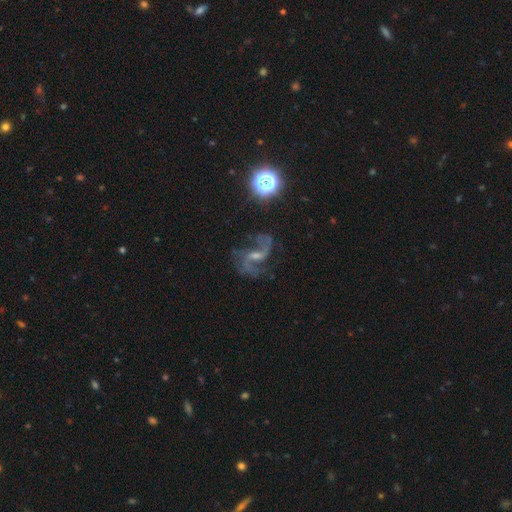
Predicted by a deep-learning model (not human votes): The model was most divided on "bar": weak: 52%, no: 26%, strong: 22%. More confident: edge-on disk — no (97%); spiral arms — yes (95%); spiral arm count — 2 (88%); smooth or featured — featured or disk (83%); spiral winding — loose (66%); merging — none (64%); bulge size — small (55%).